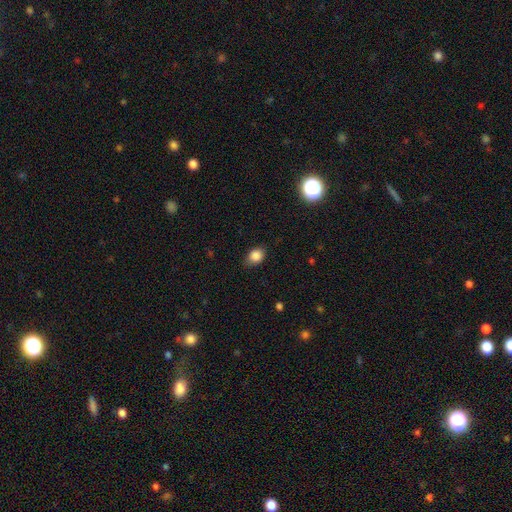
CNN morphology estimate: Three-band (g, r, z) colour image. It shows a smooth galaxy with no disk features (85%) that is in between round and cigar-shaped (60%). Merging: none (75%).